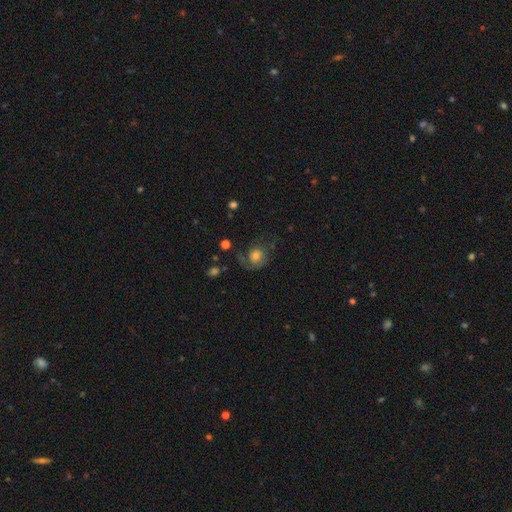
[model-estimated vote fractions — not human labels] Smooth or featured?
  - smooth: 48% *
  - featured or disk: 41%
  - star or artifact: 11%
Merging?
  - none: 51% *
  - major disturbance: 26%
  - minor disturbance: 20%
  - merger: 3%